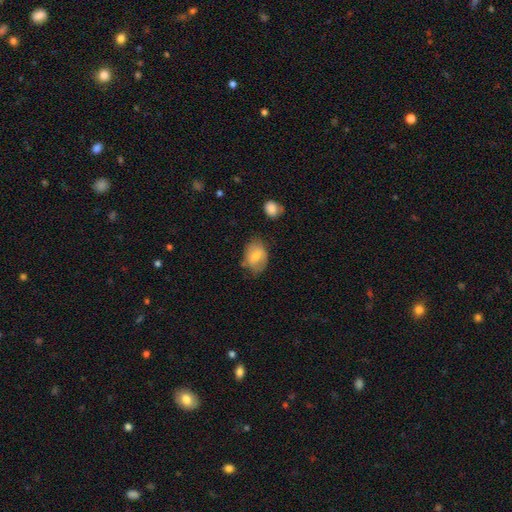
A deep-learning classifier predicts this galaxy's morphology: A smooth galaxy with no disk features (69%) that is in between round and cigar-shaped (69%).

Vote fractions:
- Smooth or featured? smooth: 69% / featured or disk: 24% / star or artifact: 7%
- How rounded? in between: 69% / round: 30% / cigar-shaped: 1%
- Merging? none: 62% / minor disturbance: 27% / major disturbance: 7% / merger: 3%